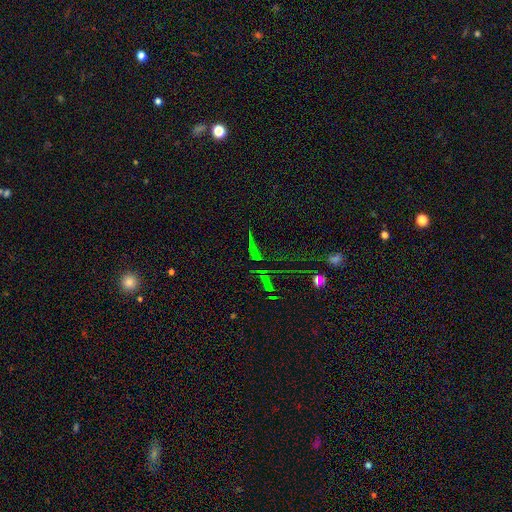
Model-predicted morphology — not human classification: smooth-or-featured: star or artifact: 63% | featured or disk: 19% | smooth: 17%